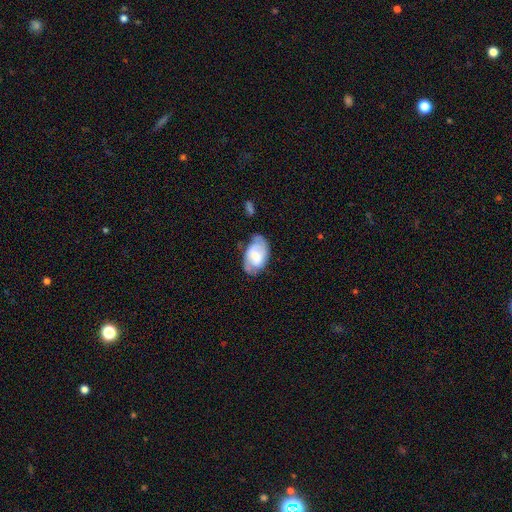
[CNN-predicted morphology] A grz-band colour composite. It shows a featured or disk galaxy (52%). Merging: none (56%).